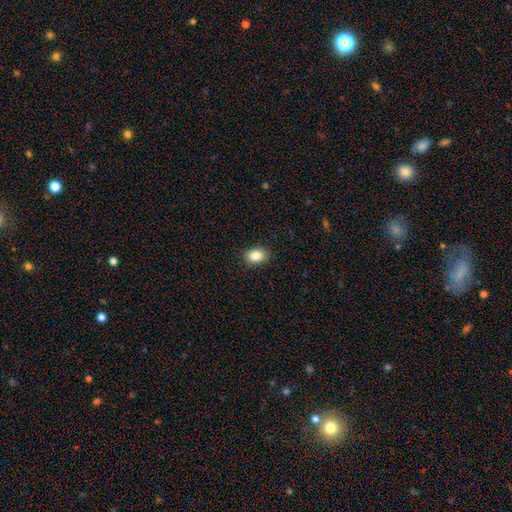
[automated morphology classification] smooth_or_featured: smooth (p=0.86) [alt: star or artifact p=0.09]
how_rounded: in between (p=0.78) [alt: round p=0.21]
merging: none (p=0.89) [alt: minor disturbance p=0.08]